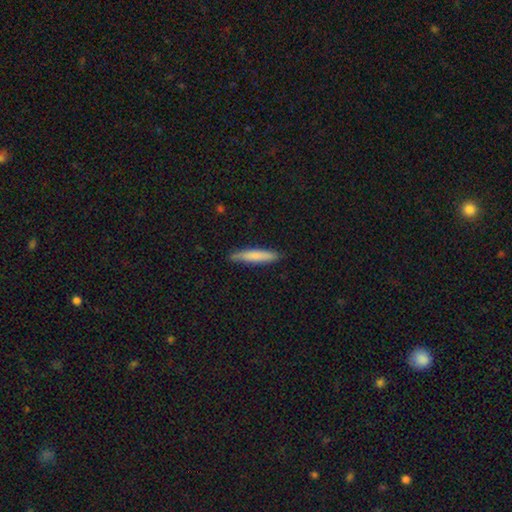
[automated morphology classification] A smooth galaxy with no disk features (77%) that is cigar-shaped (91%).

Vote fractions:
- Smooth or featured? smooth: 77% / featured or disk: 18% / star or artifact: 5%
- How rounded? cigar-shaped: 91% / in between: 8% / round: 1%
- Merging? none: 85% / minor disturbance: 12% / major disturbance: 2% / merger: 1%